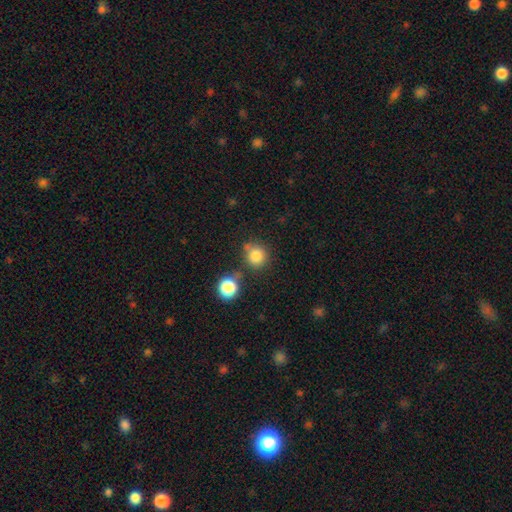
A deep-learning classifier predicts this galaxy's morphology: Q: Smooth or featured?
A: smooth (82%); runner-up: star or artifact (12%)
Q: How rounded?
A: round (89%); runner-up: in between (10%)
Q: Merging?
A: none (69%); runner-up: minor disturbance (14%)